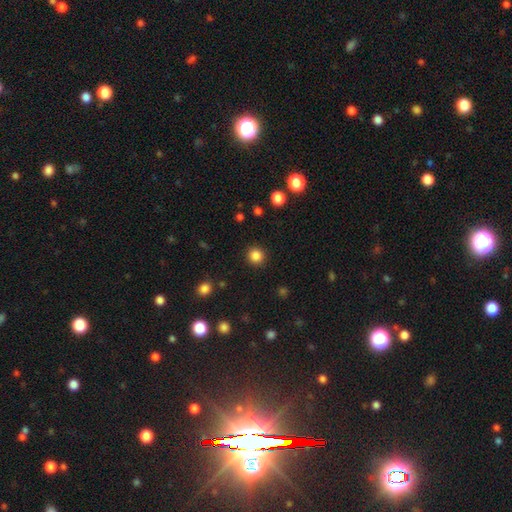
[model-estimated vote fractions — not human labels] Smooth or featured? smooth (85%)
How rounded? round (94%)
Merging? none (92%)